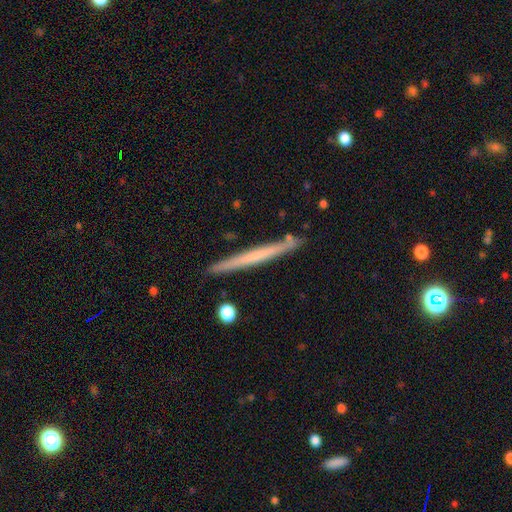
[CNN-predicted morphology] A smooth galaxy with no disk features (48%). Merging: none (89%).